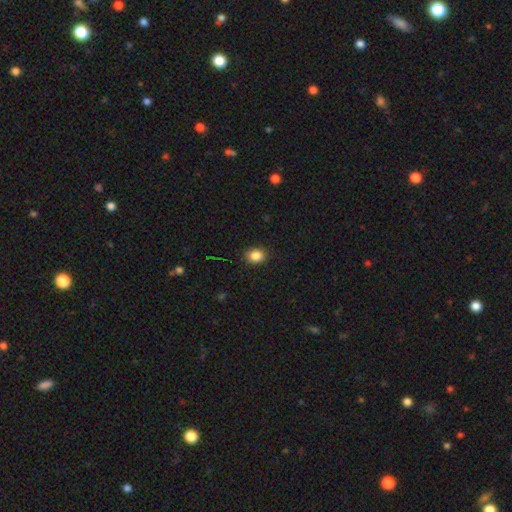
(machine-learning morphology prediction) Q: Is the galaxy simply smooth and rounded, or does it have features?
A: smooth — 86%.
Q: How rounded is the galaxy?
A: in between — 52%.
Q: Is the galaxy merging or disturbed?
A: none — 88%.